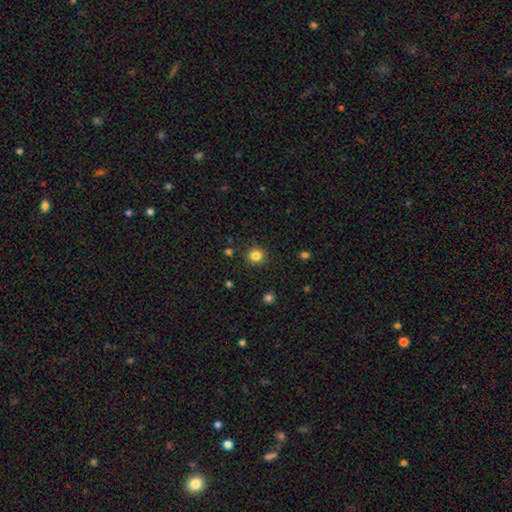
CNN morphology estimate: smooth_or_featured: smooth (p=0.83) [alt: star or artifact p=0.12]
how_rounded: round (p=0.93) [alt: in between p=0.06]
merging: none (p=0.89) [alt: minor disturbance p=0.07]